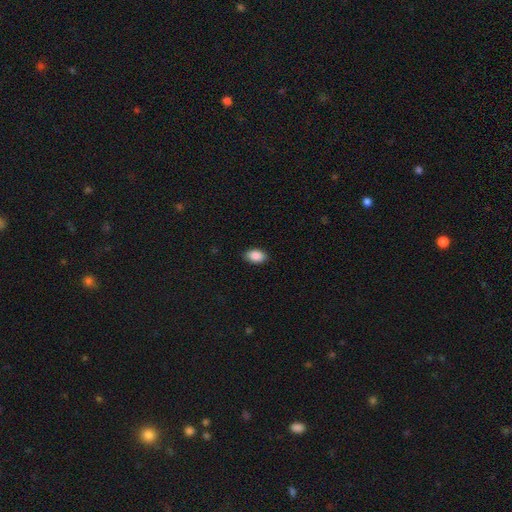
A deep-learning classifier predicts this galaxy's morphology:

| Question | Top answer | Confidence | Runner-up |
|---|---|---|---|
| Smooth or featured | smooth | 89% | star or artifact (7%) |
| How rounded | in between | 90% | round (9%) |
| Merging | none | 88% | minor disturbance (9%) |